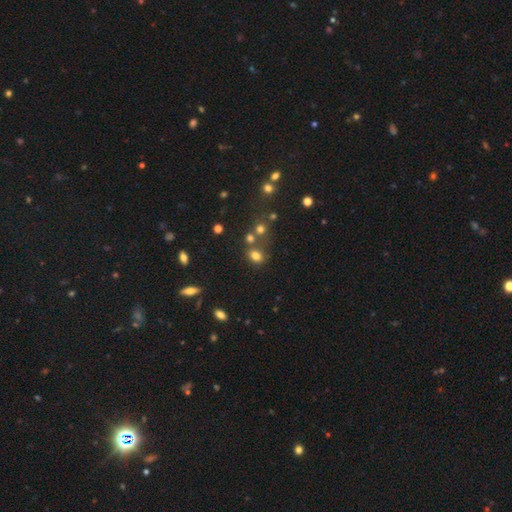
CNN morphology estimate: smooth_or_featured: smooth (p=0.75) [alt: star or artifact p=0.17]
how_rounded: in between (p=0.55) [alt: round p=0.44]
merging: none (p=0.63) [alt: merger p=0.19]